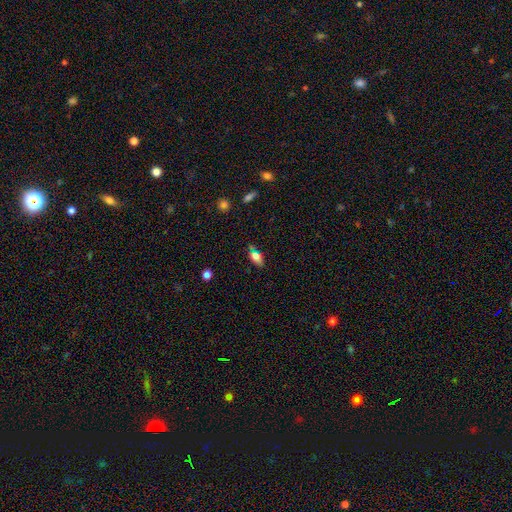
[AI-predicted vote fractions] smooth-or-featured: smooth: 79% | featured or disk: 11% | star or artifact: 10%
  how-rounded: in between: 86% | round: 8% | cigar-shaped: 6%
  merging: none: 63% | minor disturbance: 21% | merger: 11% | major disturbance: 5%